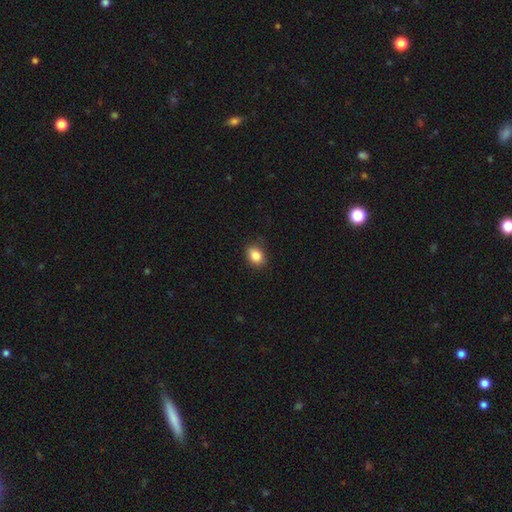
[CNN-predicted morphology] A smooth galaxy with no disk features (85%) that is in between round and cigar-shaped (56%). Merging: none (84%).